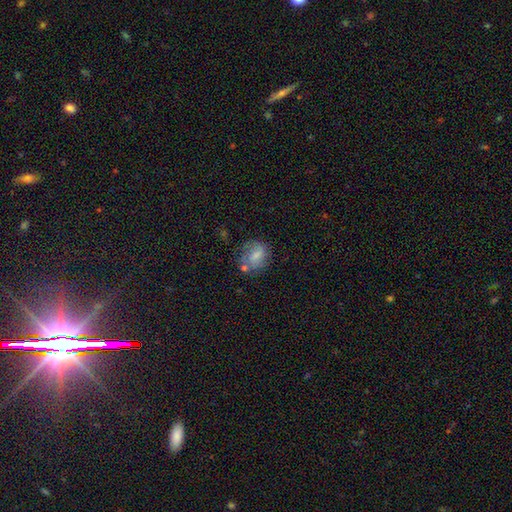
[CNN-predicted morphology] The model was most divided on "how rounded": round: 59%, in between: 40%, cigar-shaped: 1%. More confident: smooth or featured — smooth (58%); merging — none (52%).